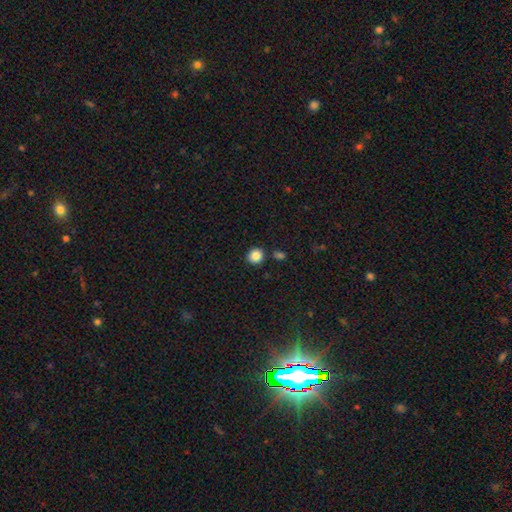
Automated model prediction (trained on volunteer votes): This appears to be a smooth galaxy with no disk features (86%) that is round (90%). Merging: none (88%).